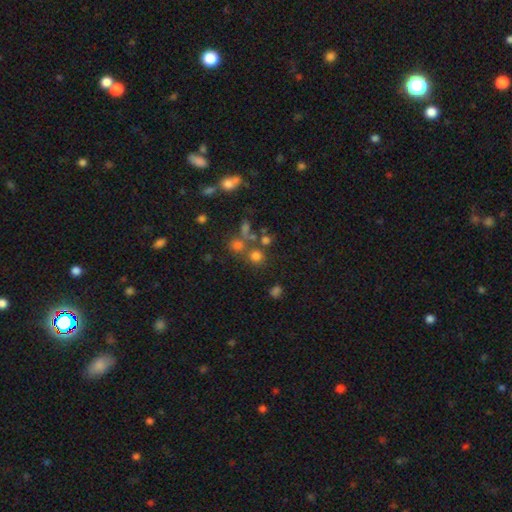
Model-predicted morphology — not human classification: Q: Smooth or featured?
A: smooth (67%); runner-up: star or artifact (21%)
Q: How rounded?
A: round (87%); runner-up: in between (11%)
Q: Merging?
A: none (61%); runner-up: merger (24%)